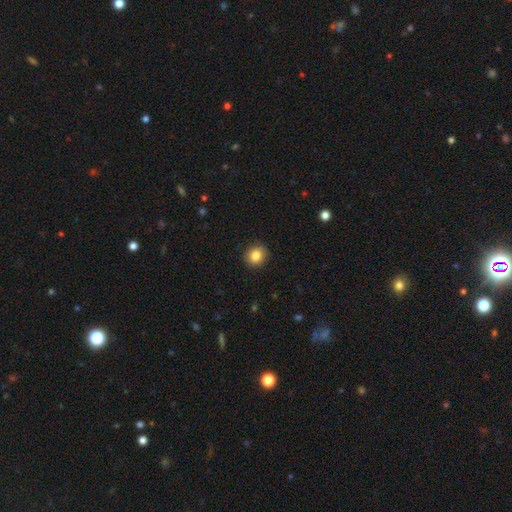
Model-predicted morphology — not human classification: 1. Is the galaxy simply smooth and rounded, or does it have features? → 86% smooth, 10% star or artifact, 5% featured or disk.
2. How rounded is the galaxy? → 82% round, 17% in between, 1% cigar-shaped.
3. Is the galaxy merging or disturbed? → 89% none, 8% minor disturbance, 2% major disturbance, 1% merger.